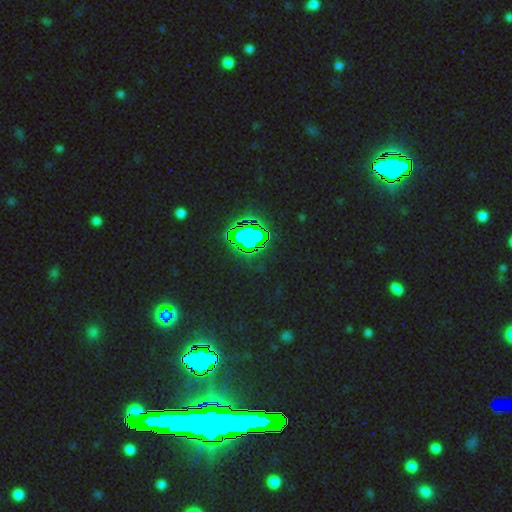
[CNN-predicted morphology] Overall: star or artifact (79%).